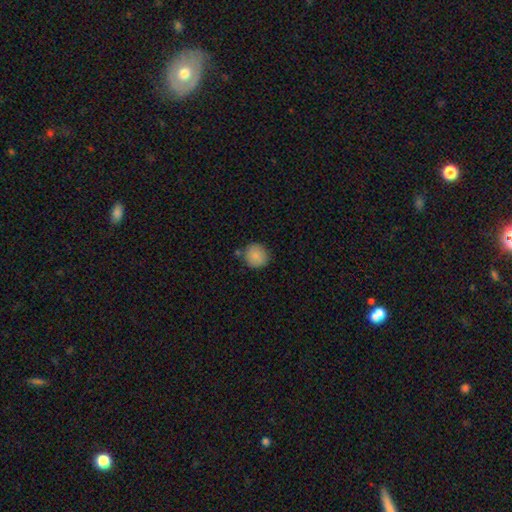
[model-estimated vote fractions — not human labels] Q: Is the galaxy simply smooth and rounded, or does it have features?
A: smooth — 86%.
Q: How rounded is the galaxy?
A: round — 91%.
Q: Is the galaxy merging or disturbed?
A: none — 79%.